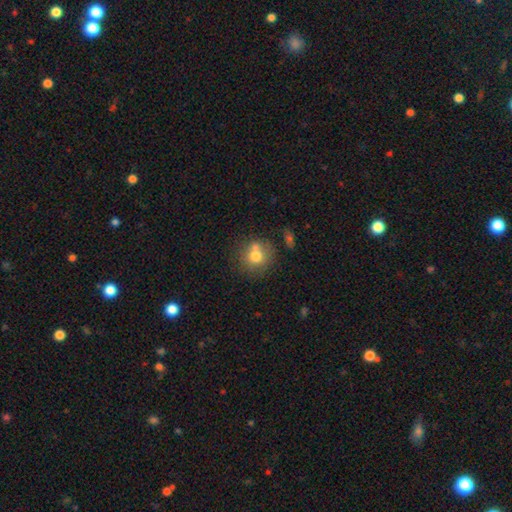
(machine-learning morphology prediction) This appears to be a smooth galaxy with no disk features (72%) that is round (86%). Merging: none (55%).